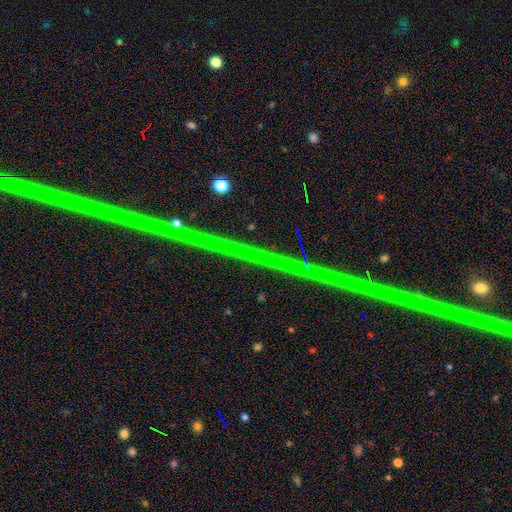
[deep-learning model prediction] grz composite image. It shows a star or artifact, not a galaxy (89%).